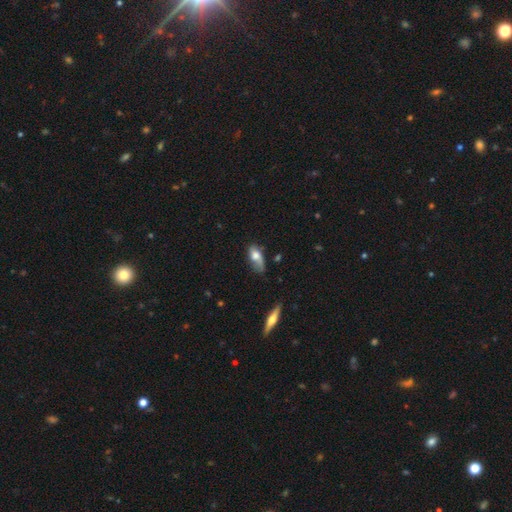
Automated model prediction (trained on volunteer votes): Q: Smooth or featured?
A: smooth (64%); runner-up: featured or disk (28%)
Q: How rounded?
A: in between (85%); runner-up: cigar-shaped (10%)
Q: Merging?
A: none (39%); runner-up: minor disturbance (37%)